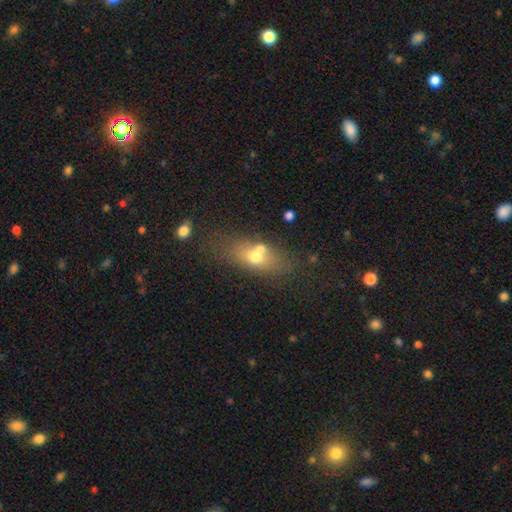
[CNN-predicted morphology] Smooth or featured: smooth — 60% (featured or disk — 28%)
How rounded: in between — 70% (round — 17%)
Merging: none — 46% (merger — 33%)